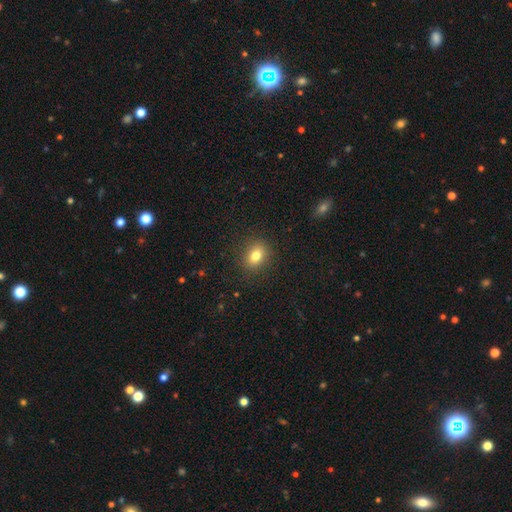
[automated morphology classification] smooth 80%, star or artifact 12%, featured or disk 8%. Down the decision tree: how rounded — in between (52%); merging — none (88%).